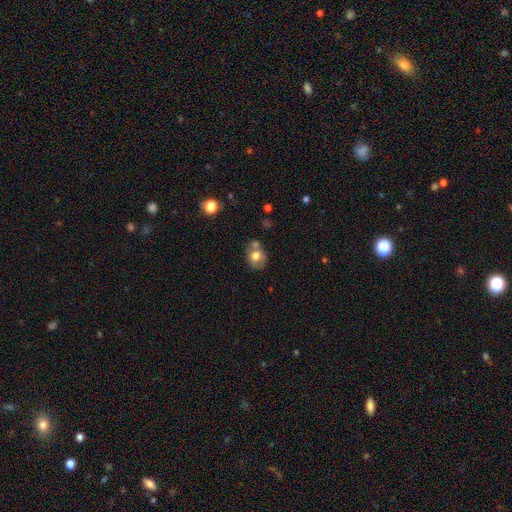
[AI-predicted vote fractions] This is likely a smooth galaxy (70%). How rounded: likely round (62%). Merging: possibly none (50%).